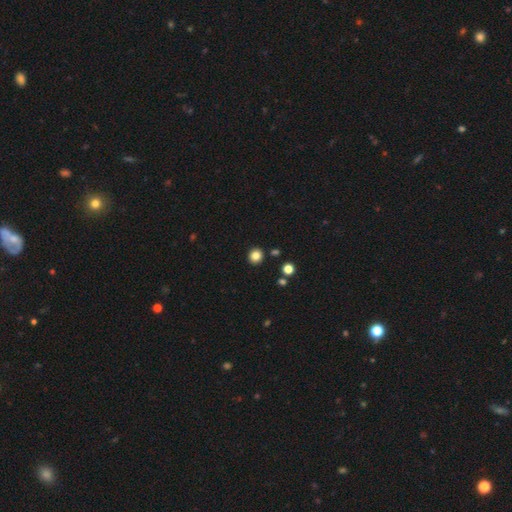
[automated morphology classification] Smooth or featured? Predicted: smooth (p=0.83). How rounded? Predicted: round (p=0.88). Merging? Predicted: none (p=0.90).